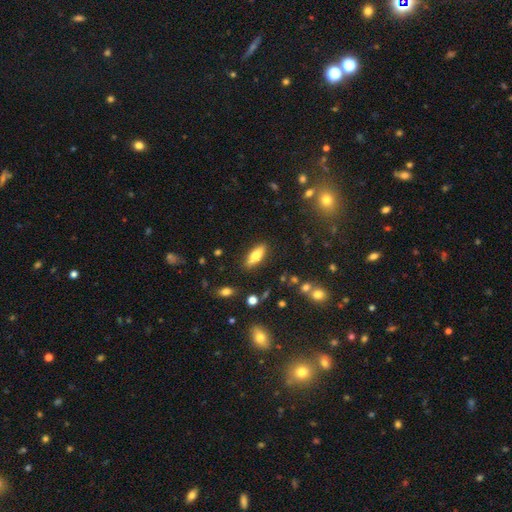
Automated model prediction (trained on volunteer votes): The model was most divided on "how rounded": in between: 65%, cigar-shaped: 32%, round: 2%. More confident: merging — none (86%); smooth or featured — smooth (70%).